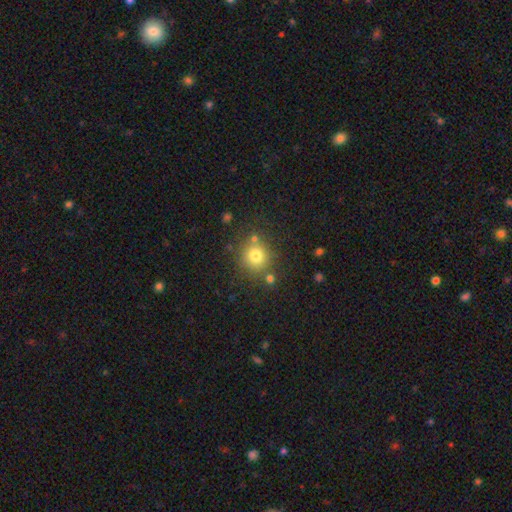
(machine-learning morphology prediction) This is likely a smooth galaxy (76%). How rounded: clearly round (89%). Merging: likely none (78%).